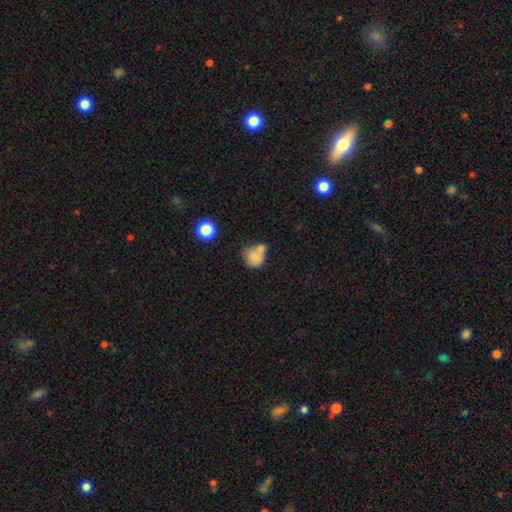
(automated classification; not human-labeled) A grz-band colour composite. It shows a smooth galaxy with no disk features (77%) that is round (78%). Merging: merger (46%).